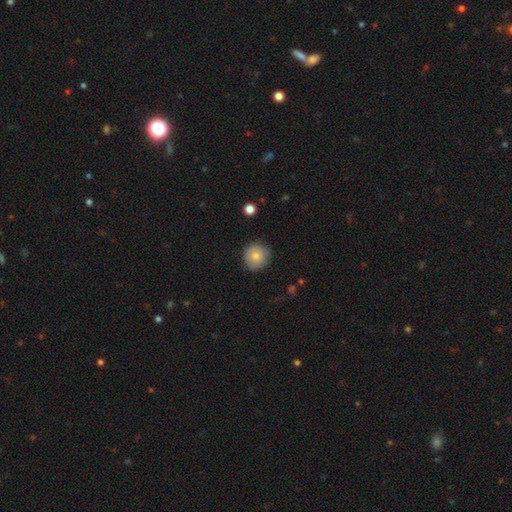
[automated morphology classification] A smooth galaxy with no disk features (77%) that is round (93%).

Vote fractions:
- Smooth or featured? smooth: 77% / featured or disk: 15% / star or artifact: 8%
- How rounded? round: 93% / in between: 6% / cigar-shaped: 1%
- Merging? none: 83% / minor disturbance: 13% / major disturbance: 3% / merger: 1%